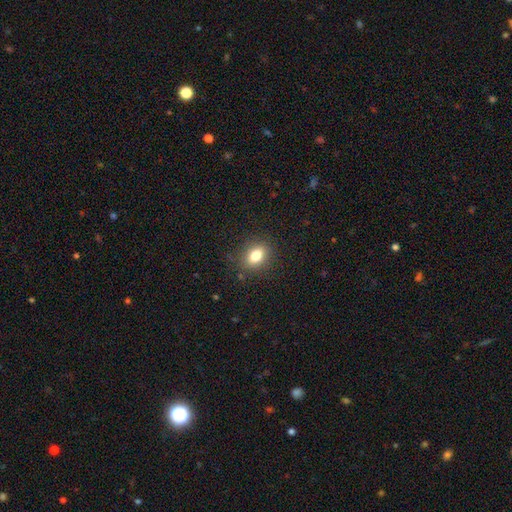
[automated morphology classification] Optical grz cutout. It shows a smooth galaxy with no disk features (80%) that is in between round and cigar-shaped (71%). Merging: none (86%).